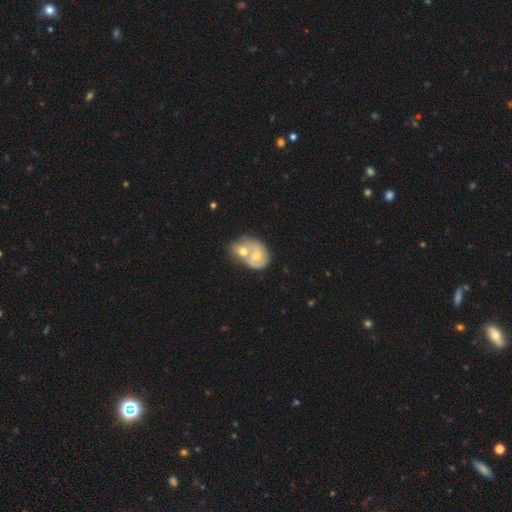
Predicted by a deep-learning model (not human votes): smooth-or-featured: featured or disk: 52% | smooth: 41% | star or artifact: 7%
  disk-edge-on: no: 97% | yes: 3%
  merging: merger: 77% | none: 13% | minor disturbance: 6% | major disturbance: 4%